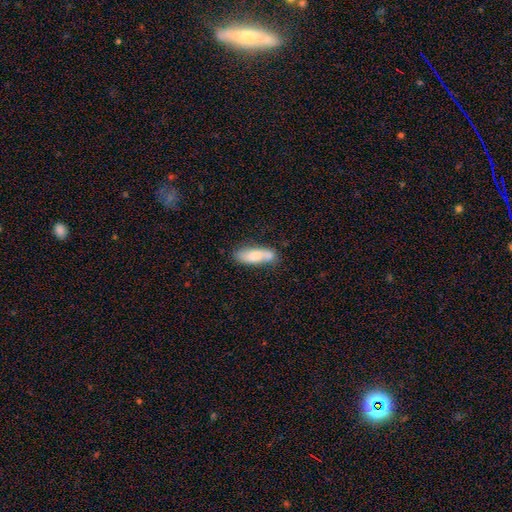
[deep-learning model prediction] Smooth or featured? Predicted: smooth (p=0.70). How rounded? Predicted: in between (p=0.53). Merging? Predicted: none (p=0.64).